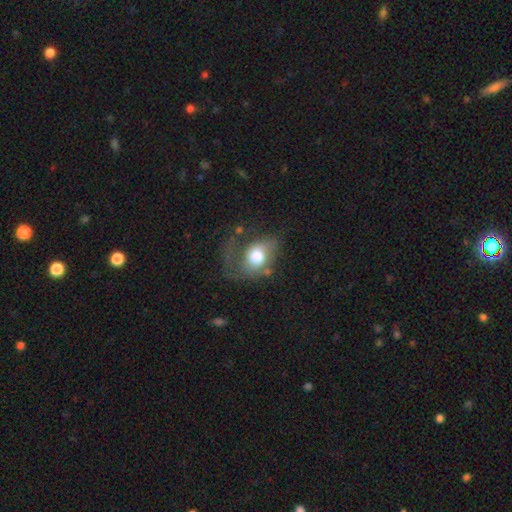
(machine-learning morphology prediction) Smooth or featured: smooth — 54% (featured or disk — 37%)
How rounded: in between — 53% (round — 45%)
Merging: major disturbance — 41% (none — 30%)